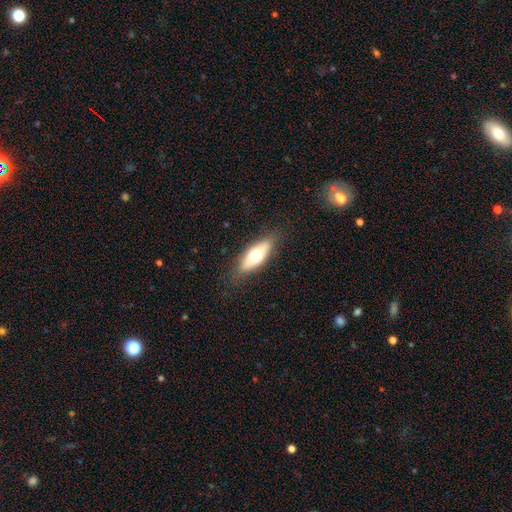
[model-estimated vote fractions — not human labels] Morphology: type=smooth (61%); roundness=in between (67%); merging=none (83%).